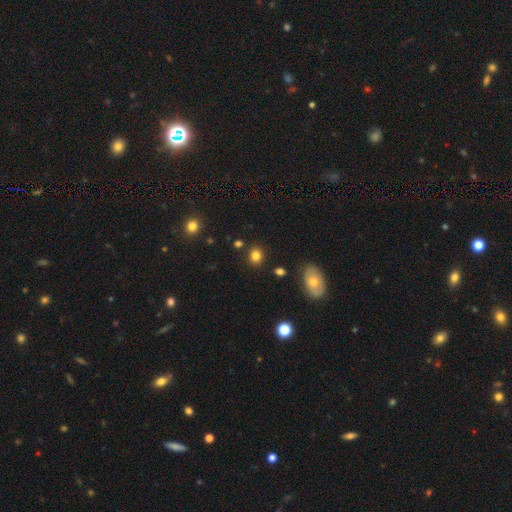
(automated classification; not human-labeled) smooth-or-featured: smooth: 82% | star or artifact: 12% | featured or disk: 6%
  how-rounded: round: 71% | in between: 28% | cigar-shaped: 1%
  merging: none: 86% | minor disturbance: 8% | merger: 3% | major disturbance: 2%